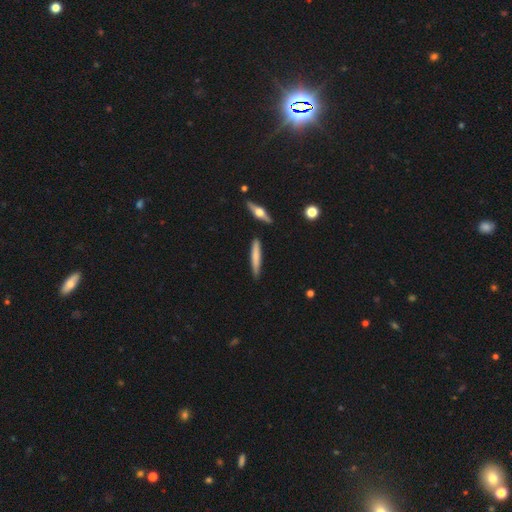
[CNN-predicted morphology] Overall: smooth (65%; featured or disk 30%). How rounded: cigar-shaped (92%). Merging: none (83%).